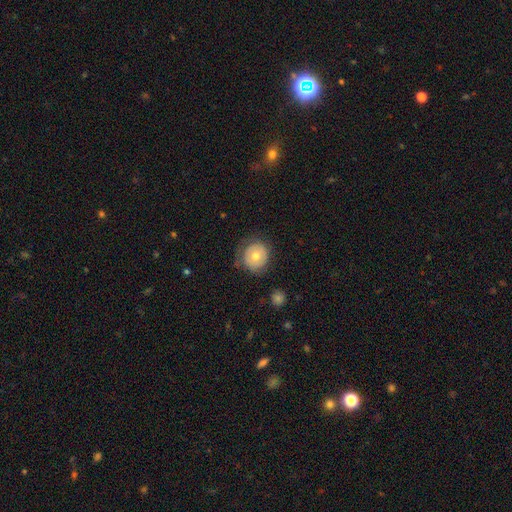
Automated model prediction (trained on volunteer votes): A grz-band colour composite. It shows a smooth galaxy with no disk features (64%) that is round (88%). Merging: none (69%).